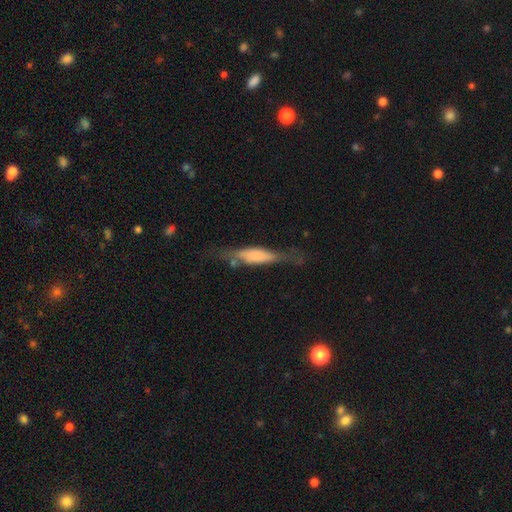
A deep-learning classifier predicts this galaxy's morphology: smooth 50%, featured or disk 43%, star or artifact 7%. Down the decision tree: how rounded — cigar-shaped (72%); merging — none (59%).